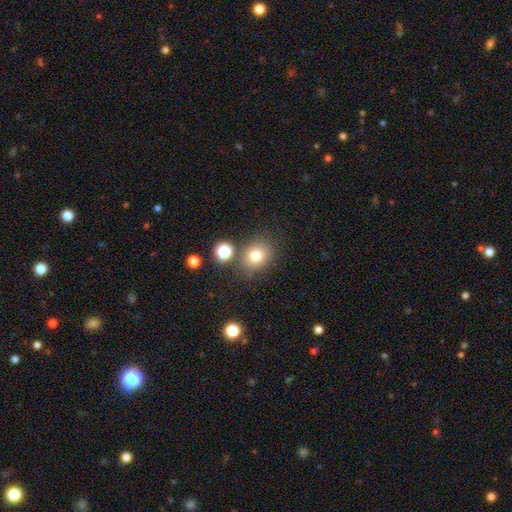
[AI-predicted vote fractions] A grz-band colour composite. It shows a smooth galaxy with no disk features (77%) that is round (62%). Merging: none (76%).